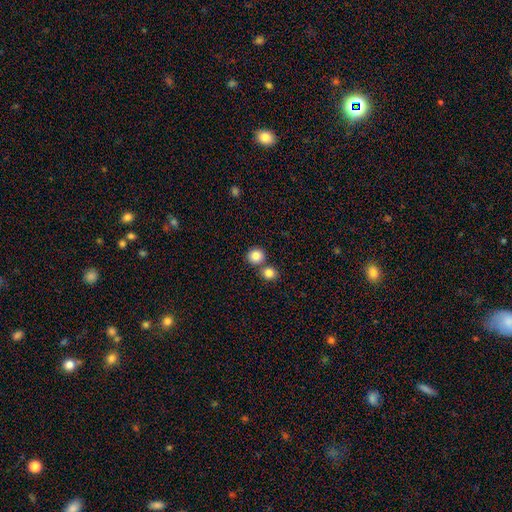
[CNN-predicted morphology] This appears to be a smooth galaxy with no disk features (85%) that is round (90%). Merging: none (67%).